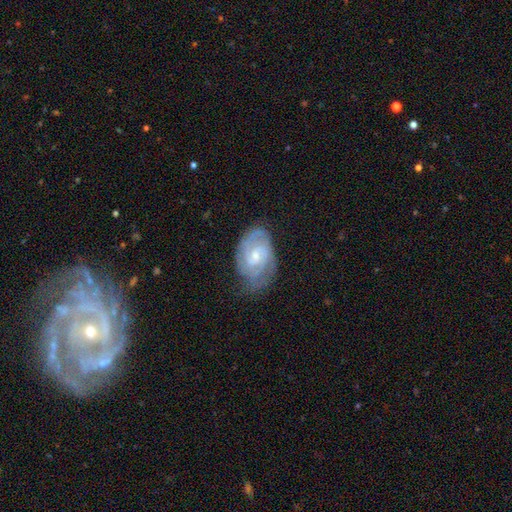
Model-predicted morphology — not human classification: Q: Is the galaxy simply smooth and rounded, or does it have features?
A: featured or disk — 82%.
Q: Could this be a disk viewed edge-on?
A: no — 97%.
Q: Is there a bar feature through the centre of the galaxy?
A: weak — 53%.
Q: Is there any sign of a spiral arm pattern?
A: yes — 95%.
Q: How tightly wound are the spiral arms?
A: tight — 61%.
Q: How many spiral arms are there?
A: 2 — 48%.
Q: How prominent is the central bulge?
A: small — 56%.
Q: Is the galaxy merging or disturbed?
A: none — 67%.